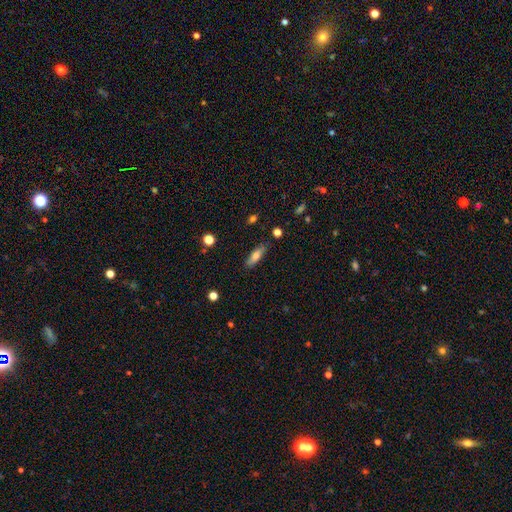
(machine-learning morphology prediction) This is likely a smooth galaxy (73%). How rounded: possibly in between (54%). Merging: clearly none (83%).